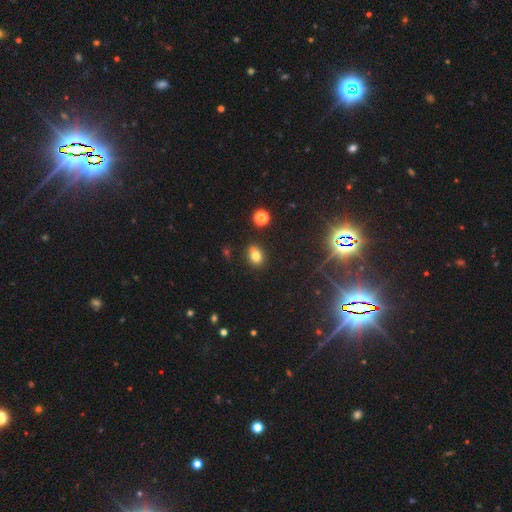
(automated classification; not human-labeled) Morphology: type=smooth (77%); roundness=in between (62%); merging=none (73%).